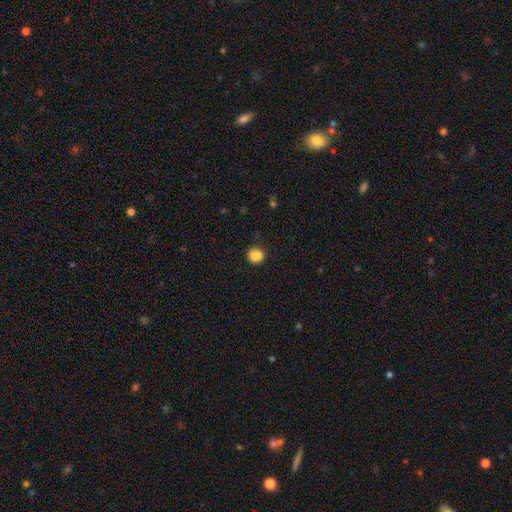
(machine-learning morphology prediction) smooth 81%, star or artifact 10%, featured or disk 9%. Down the decision tree: how rounded — round (77%); merging — none (58%).